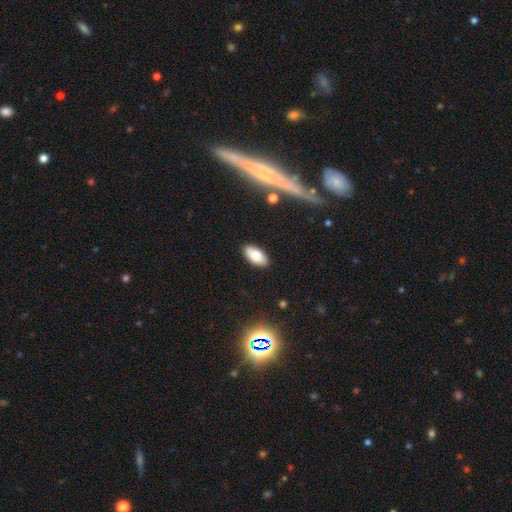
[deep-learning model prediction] smooth_or_featured: smooth (p=0.80) [alt: featured or disk p=0.12]
how_rounded: in between (p=0.92) [alt: cigar-shaped p=0.05]
merging: none (p=0.88) [alt: minor disturbance p=0.09]